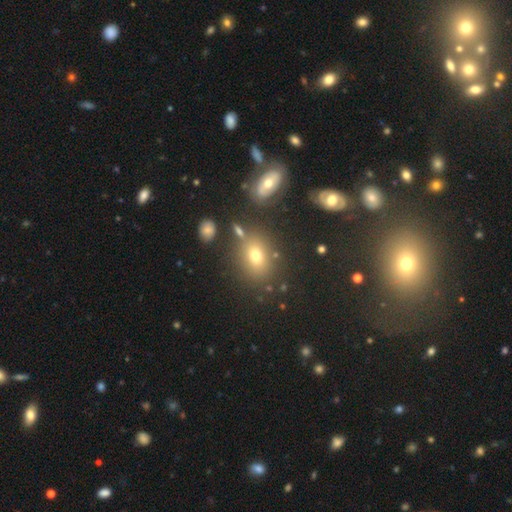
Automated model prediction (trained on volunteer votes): Morphology: type=smooth (67%); roundness=in between (65%); merging=none (73%).